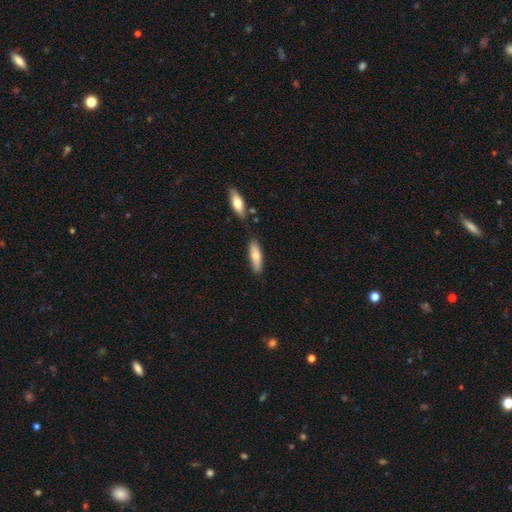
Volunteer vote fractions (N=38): A smooth galaxy with no disk features (76%) that is cigar-shaped (72%).

Vote fractions:
- Smooth or featured? smooth: 76% / featured or disk: 21% / star or artifact: 3%
- How rounded? cigar-shaped: 72% / in between: 24% / round: 3%
- Merging? none: 70% / merger: 16% / minor disturbance: 8% / major disturbance: 5%